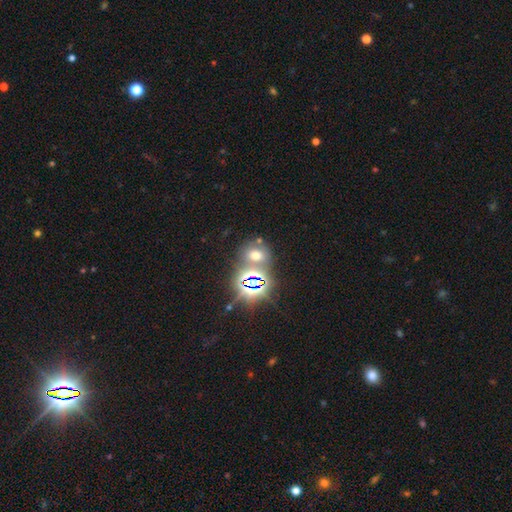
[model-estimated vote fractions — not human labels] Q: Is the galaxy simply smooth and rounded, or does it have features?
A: smooth — 48%.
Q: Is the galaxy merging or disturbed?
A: none — 63%.